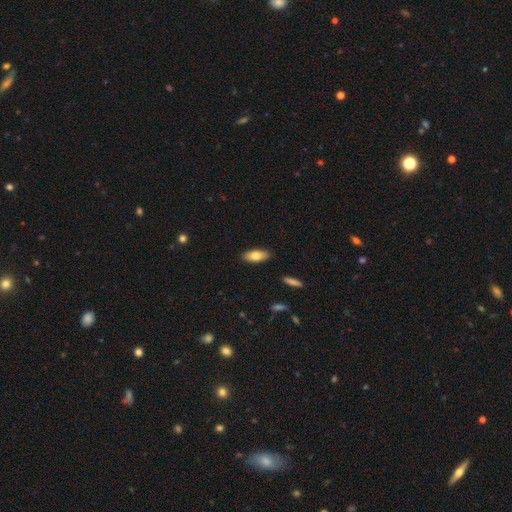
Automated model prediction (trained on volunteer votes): Smooth or featured: smooth — 77% (featured or disk — 17%)
How rounded: in between — 80% (cigar-shaped — 17%)
Merging: none — 88% (minor disturbance — 8%)